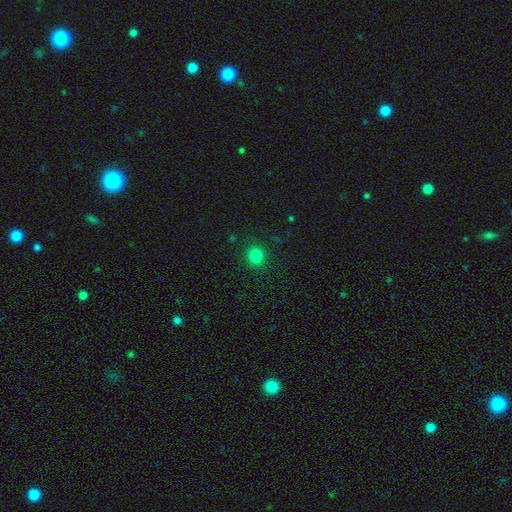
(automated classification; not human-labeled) This appears to be a smooth galaxy with no disk features (82%) that is round (89%). Merging: none (90%).